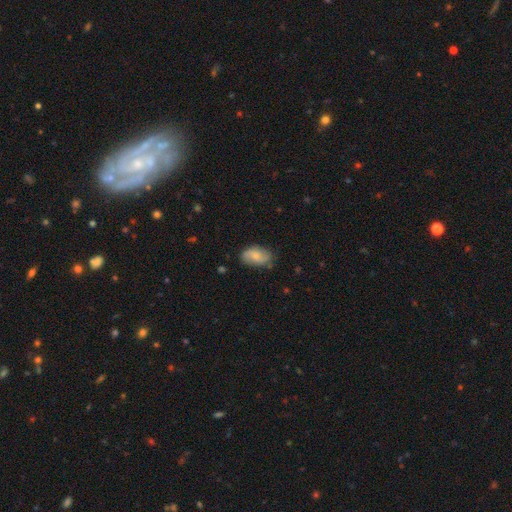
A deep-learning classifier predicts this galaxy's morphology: Q: Smooth or featured?
A: smooth (52%); runner-up: featured or disk (41%)
Q: How rounded?
A: in between (89%); runner-up: round (9%)
Q: Merging?
A: none (73%); runner-up: minor disturbance (21%)